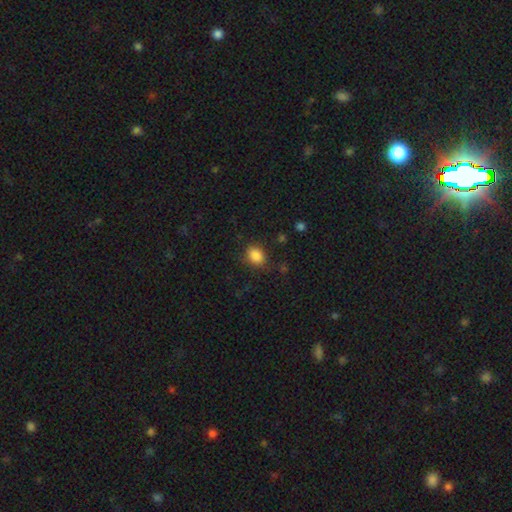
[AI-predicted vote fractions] Smooth or featured? Predicted: smooth (p=0.86). How rounded? Predicted: in between (p=0.58). Merging? Predicted: none (p=0.79).